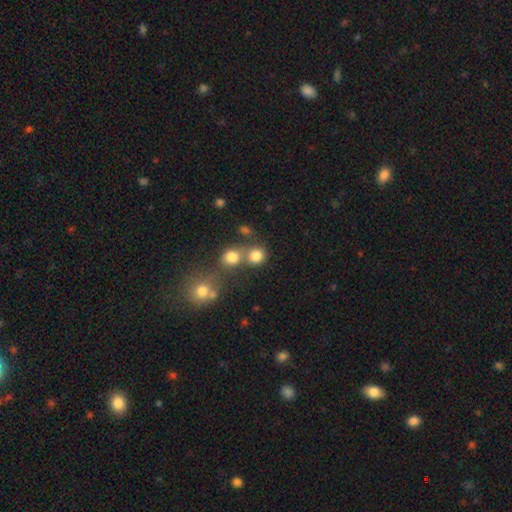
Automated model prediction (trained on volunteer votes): A smooth galaxy with no disk features (79%) that is round (83%).

Vote fractions:
- Smooth or featured? smooth: 79% / star or artifact: 14% / featured or disk: 7%
- How rounded? round: 83% / in between: 15% / cigar-shaped: 1%
- Merging? none: 52% / merger: 35% / minor disturbance: 8% / major disturbance: 5%